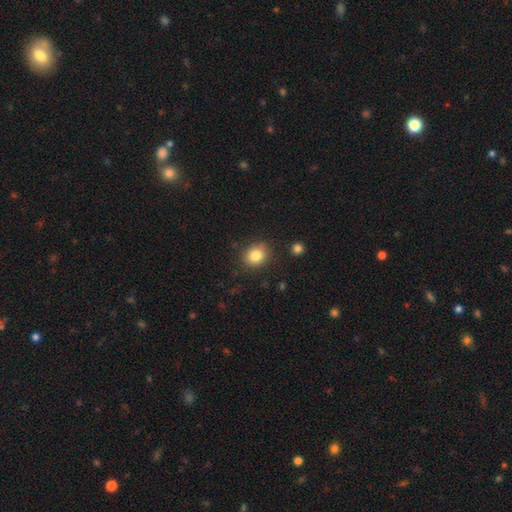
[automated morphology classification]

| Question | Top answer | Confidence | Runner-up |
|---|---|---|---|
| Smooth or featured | smooth | 83% | star or artifact (10%) |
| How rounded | round | 64% | in between (35%) |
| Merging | none | 85% | minor disturbance (10%) |